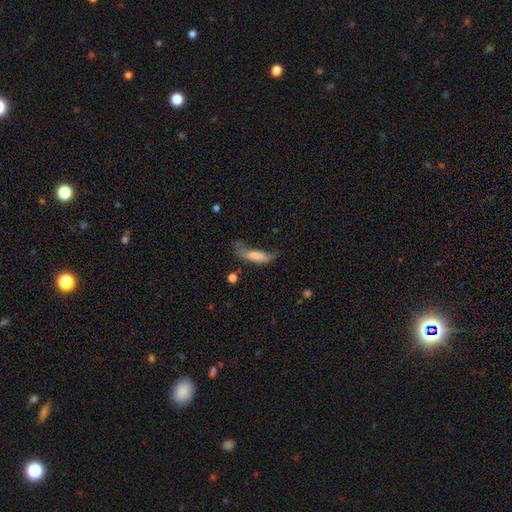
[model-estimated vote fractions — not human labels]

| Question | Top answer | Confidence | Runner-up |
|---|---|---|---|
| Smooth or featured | smooth | 70% | featured or disk (21%) |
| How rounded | cigar-shaped | 51% | in between (47%) |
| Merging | major disturbance | 39% | minor disturbance (29%) |